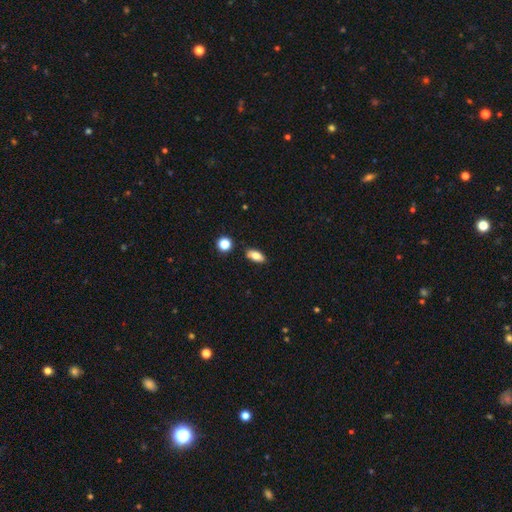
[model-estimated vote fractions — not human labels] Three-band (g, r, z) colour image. It shows a smooth galaxy with no disk features (80%) that is in between round and cigar-shaped (86%). Merging: none (82%).